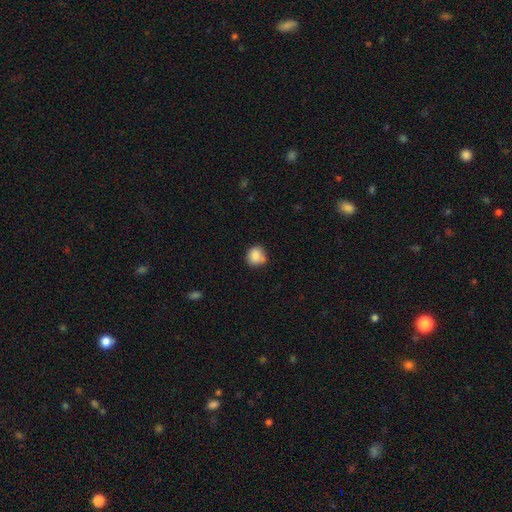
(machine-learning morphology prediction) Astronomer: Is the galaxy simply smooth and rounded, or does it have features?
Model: smooth — 85%.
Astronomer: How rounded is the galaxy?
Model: round — 83%.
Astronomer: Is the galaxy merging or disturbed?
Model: none — 65%.